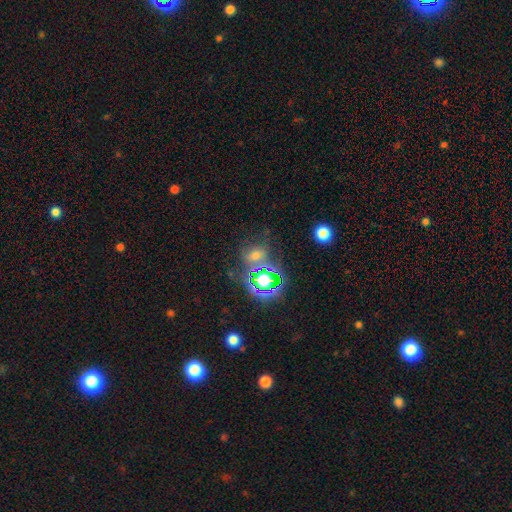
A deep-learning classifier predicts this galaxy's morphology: Smooth or featured?
  - star or artifact: 45% *
  - smooth: 43%
  - featured or disk: 12%